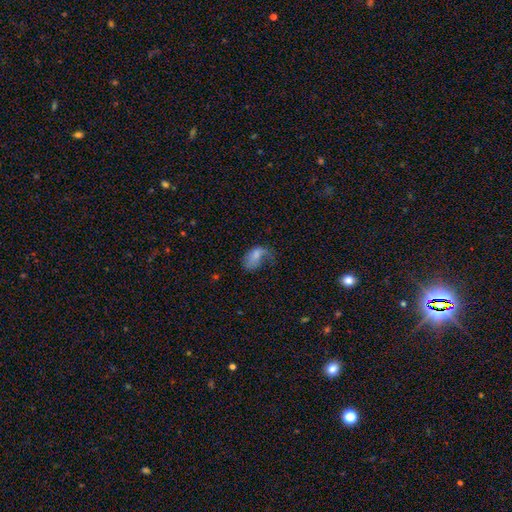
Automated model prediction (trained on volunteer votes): smooth 65%, featured or disk 24%, star or artifact 10%. Down the decision tree: how rounded — in between (89%); merging — major disturbance (48%).